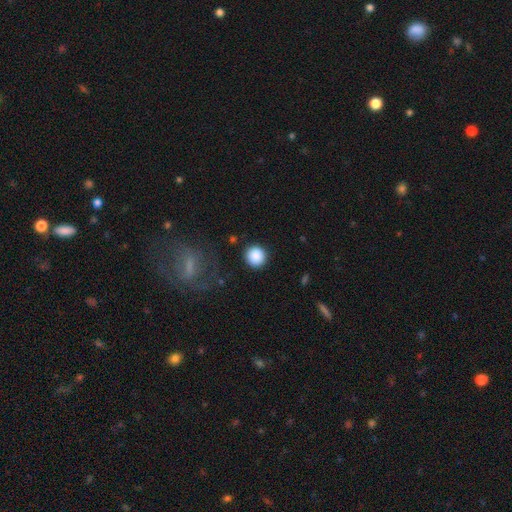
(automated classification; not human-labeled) A smooth galaxy with no disk features (88%) that is round (94%).

Vote fractions:
- Smooth or featured? smooth: 88% / star or artifact: 9% / featured or disk: 4%
- How rounded? round: 94% / in between: 5% / cigar-shaped: 1%
- Merging? none: 88% / minor disturbance: 7% / major disturbance: 3% / merger: 2%